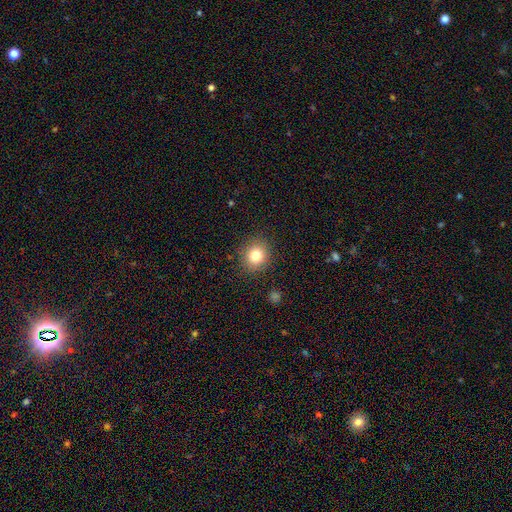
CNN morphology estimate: Q: Smooth or featured?
A: smooth (80%); runner-up: star or artifact (12%)
Q: How rounded?
A: round (79%); runner-up: in between (20%)
Q: Merging?
A: none (88%); runner-up: minor disturbance (8%)